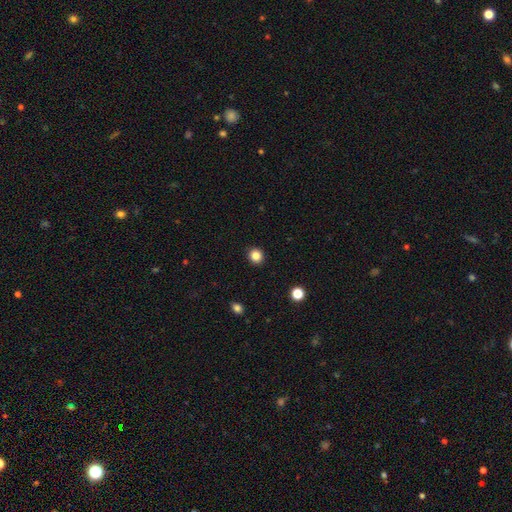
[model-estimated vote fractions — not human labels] Smooth or featured: smooth — 84% (star or artifact — 11%)
How rounded: round — 91% (in between — 8%)
Merging: none — 93% (minor disturbance — 5%)